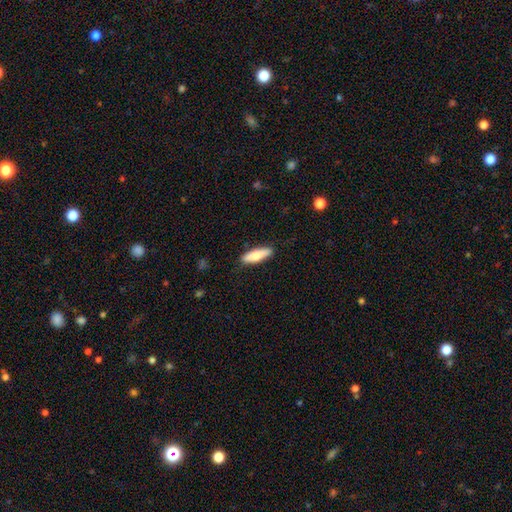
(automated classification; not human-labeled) This appears to be a smooth galaxy with no disk features (72%) that is cigar-shaped (55%). Merging: none (87%).